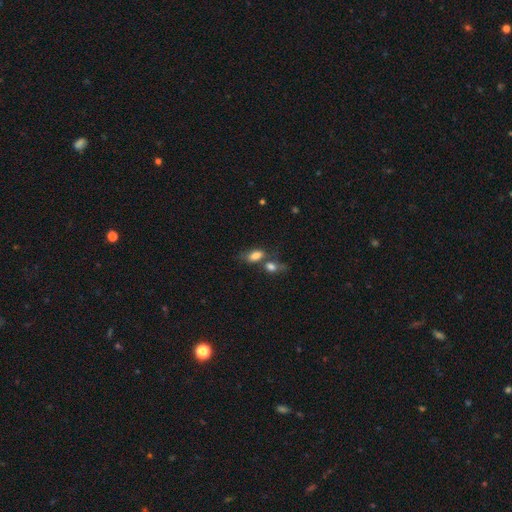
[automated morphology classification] Overall: smooth (80%). How rounded: in between (87%). Merging: merger (43%; none 37%).